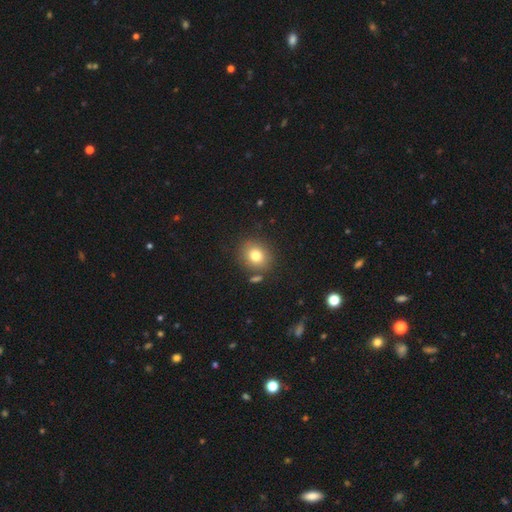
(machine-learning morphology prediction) smooth-or-featured: smooth: 78% | star or artifact: 12% | featured or disk: 10%
  how-rounded: round: 72% | in between: 27% | cigar-shaped: 1%
  merging: none: 80% | minor disturbance: 10% | merger: 7% | major disturbance: 3%